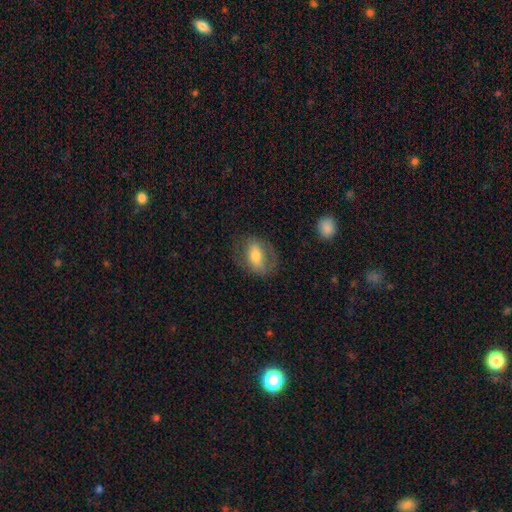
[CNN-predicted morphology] The model was most divided on "smooth or featured": smooth: 55%, featured or disk: 38%, star or artifact: 7%. More confident: how rounded — in between (81%); merging — none (69%).